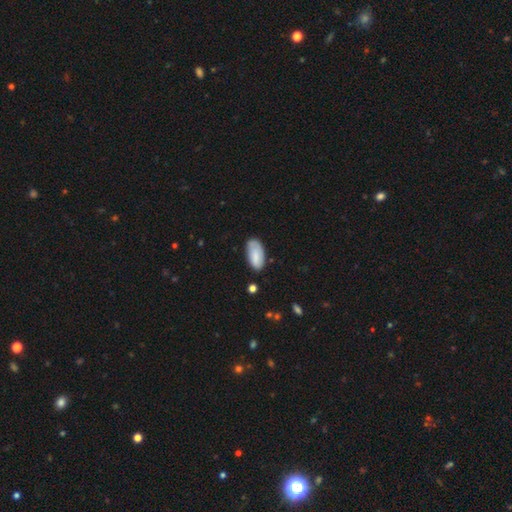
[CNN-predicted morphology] smooth-or-featured: smooth: 78% | featured or disk: 16% | star or artifact: 6%
  how-rounded: in between: 93% | cigar-shaped: 5% | round: 2%
  merging: none: 70% | minor disturbance: 23% | major disturbance: 5% | merger: 2%